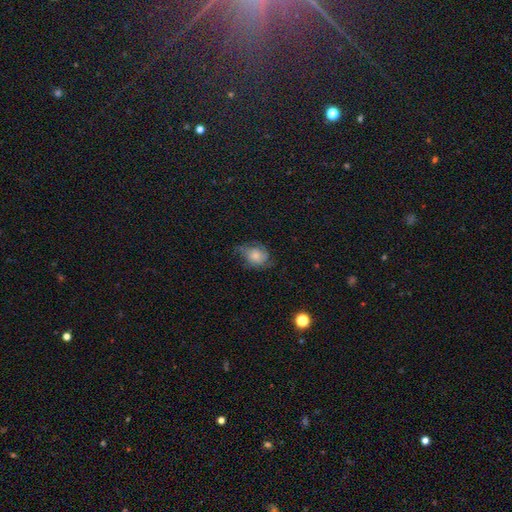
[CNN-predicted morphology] Smooth or featured?
  - smooth: 49% *
  - featured or disk: 41%
  - star or artifact: 10%
Merging?
  - none: 52% *
  - minor disturbance: 30%
  - major disturbance: 17%
  - merger: 2%